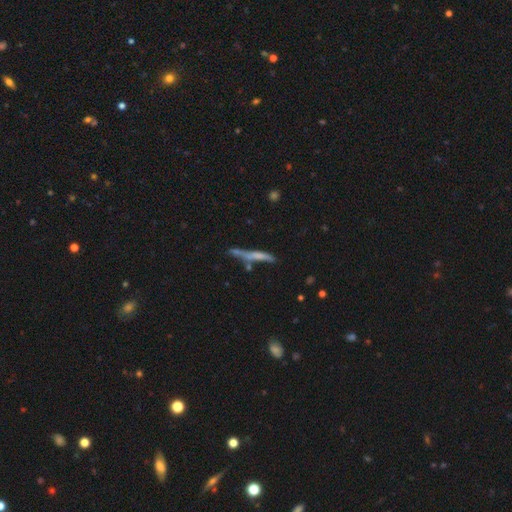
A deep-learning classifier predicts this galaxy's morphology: smooth_or_featured: smooth (p=0.48) [alt: featured or disk p=0.44]
merging: none (p=0.63) [alt: minor disturbance p=0.20]